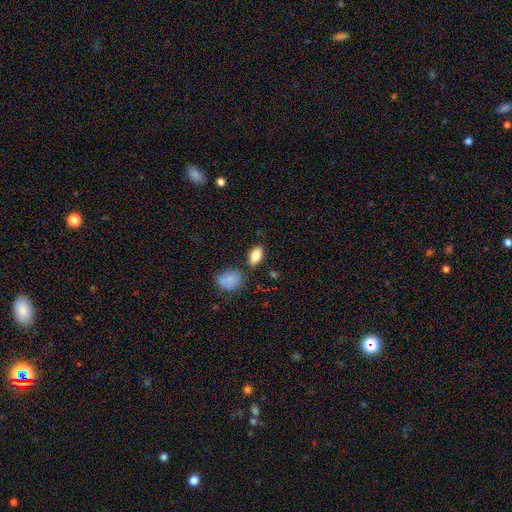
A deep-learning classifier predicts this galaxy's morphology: Smooth or featured: smooth — 80% (featured or disk — 12%)
How rounded: in between — 89% (cigar-shaped — 6%)
Merging: none — 78% (minor disturbance — 12%)